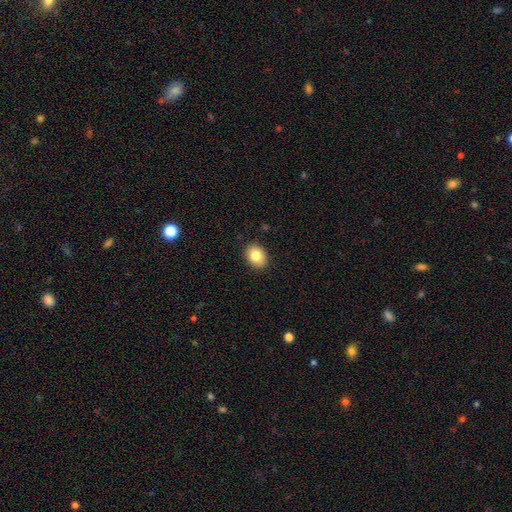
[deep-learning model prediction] A smooth galaxy with no disk features (82%) that is in between round and cigar-shaped (64%).

Vote fractions:
- Smooth or featured? smooth: 82% / featured or disk: 9% / star or artifact: 9%
- How rounded? in between: 64% / round: 35% / cigar-shaped: 1%
- Merging? none: 89% / minor disturbance: 8% / major disturbance: 2% / merger: 1%